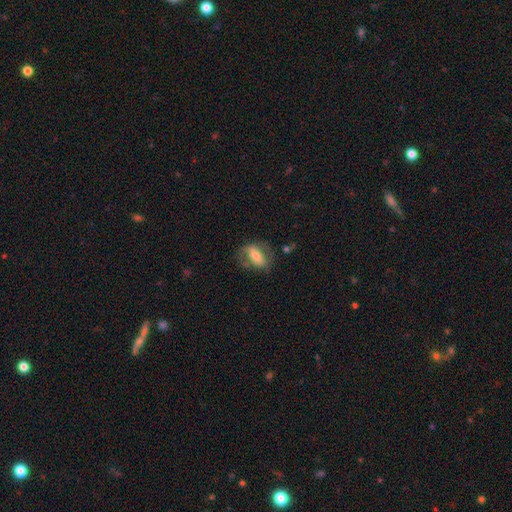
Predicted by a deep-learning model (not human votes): A smooth galaxy with no disk features (47%). Merging: none (61%).